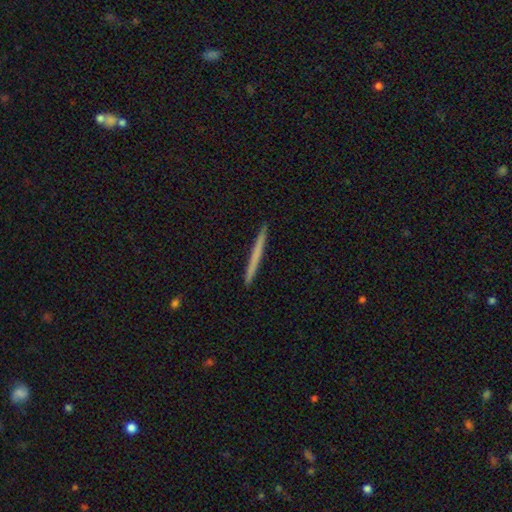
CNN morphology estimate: This appears to be a smooth galaxy with no disk features (58%) that is cigar-shaped (97%). Merging: none (93%).